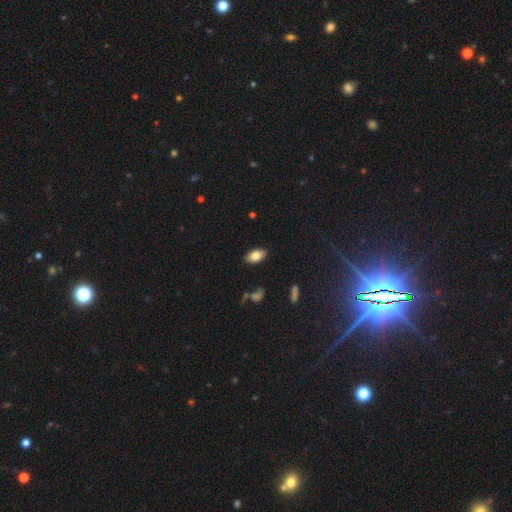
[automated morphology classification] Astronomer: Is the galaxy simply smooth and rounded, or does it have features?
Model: smooth — 80%.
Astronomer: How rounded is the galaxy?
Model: in between — 92%.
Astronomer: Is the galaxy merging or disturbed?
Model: none — 86%.